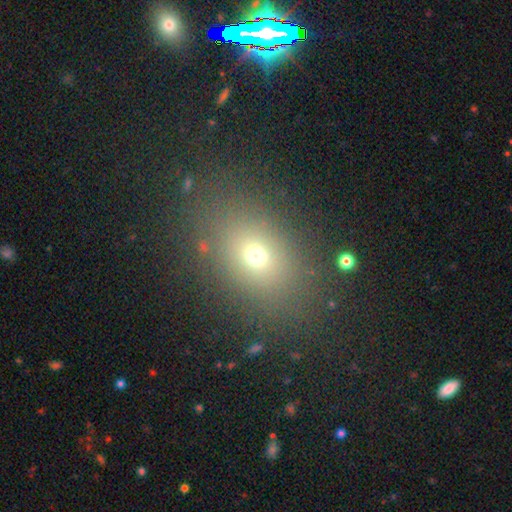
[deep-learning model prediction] A smooth galaxy with no disk features (67%) that is in between round and cigar-shaped (68%).

Vote fractions:
- Smooth or featured? smooth: 67% / star or artifact: 20% / featured or disk: 13%
- How rounded? in between: 68% / round: 30% / cigar-shaped: 2%
- Merging? none: 84% / minor disturbance: 9% / major disturbance: 5% / merger: 2%